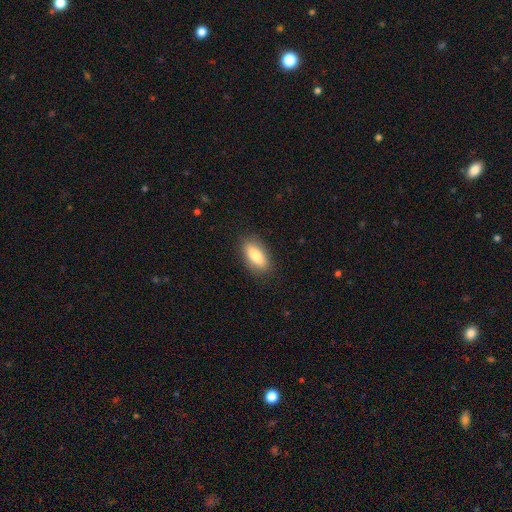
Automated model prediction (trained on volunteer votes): Smooth or featured? smooth (80%)
How rounded? in between (81%)
Merging? none (87%)